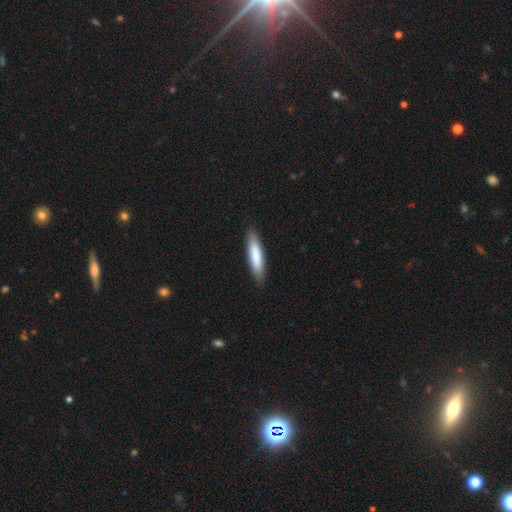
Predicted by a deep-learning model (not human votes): Smooth or featured?
  - smooth: 80% *
  - featured or disk: 15%
  - star or artifact: 5%
How rounded?
  - cigar-shaped: 80% *
  - in between: 18%
  - round: 1%
Merging?
  - none: 88% *
  - minor disturbance: 9%
  - major disturbance: 2%
  - merger: 1%